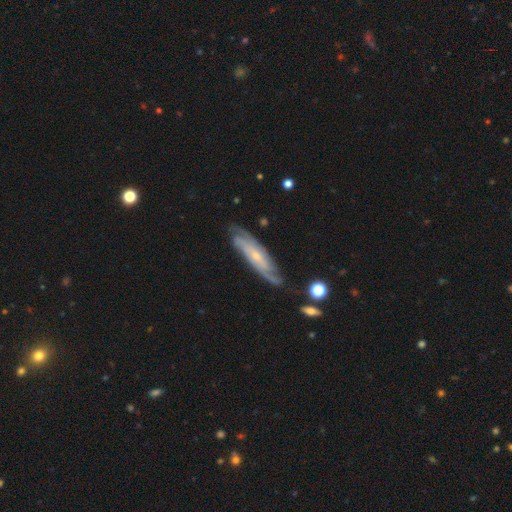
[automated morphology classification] Q: Smooth or featured?
A: featured or disk (81%); runner-up: smooth (14%)
Q: Edge-on disk?
A: no (79%); runner-up: yes (21%)
Q: Bar?
A: no (62%); runner-up: weak (28%)
Q: Spiral arms?
A: yes (95%); runner-up: no (5%)
Q: Spiral winding?
A: tight (53%); runner-up: medium (35%)
Q: Spiral arm count?
A: 2 (44%); runner-up: can't tell (30%)
Q: Bulge size?
A: small (76%); runner-up: moderate (19%)
Q: Merging?
A: none (75%); runner-up: minor disturbance (18%)